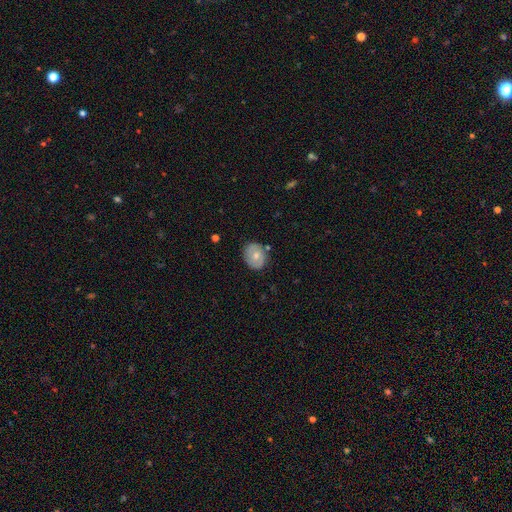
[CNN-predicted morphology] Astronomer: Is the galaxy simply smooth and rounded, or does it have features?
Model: smooth — 54% (runner-up: featured or disk, 38%).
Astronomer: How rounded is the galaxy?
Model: round — 56% (runner-up: in between, 43%).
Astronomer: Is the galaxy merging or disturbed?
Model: none — 80%.